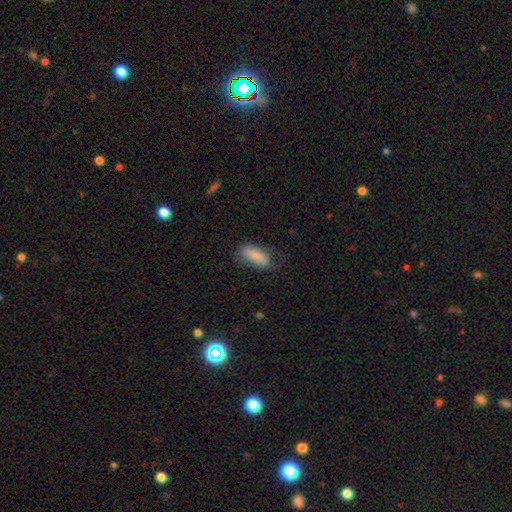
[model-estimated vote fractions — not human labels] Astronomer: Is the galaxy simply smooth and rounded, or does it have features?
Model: smooth — 79%.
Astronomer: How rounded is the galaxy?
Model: in between — 83%.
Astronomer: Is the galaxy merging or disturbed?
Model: none — 60%.